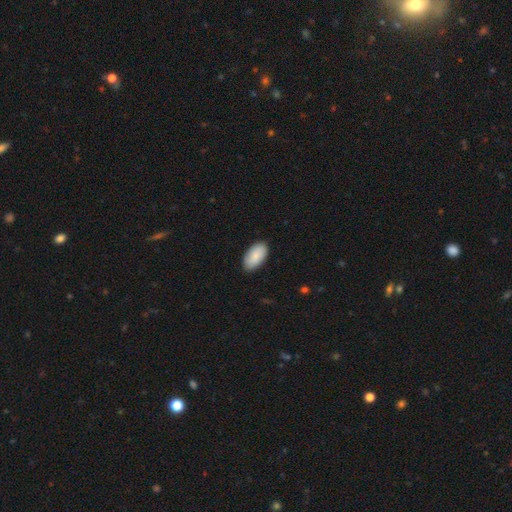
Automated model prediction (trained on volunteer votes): This appears to be a smooth galaxy with no disk features (88%) that is in between round and cigar-shaped (96%). Merging: none (87%).